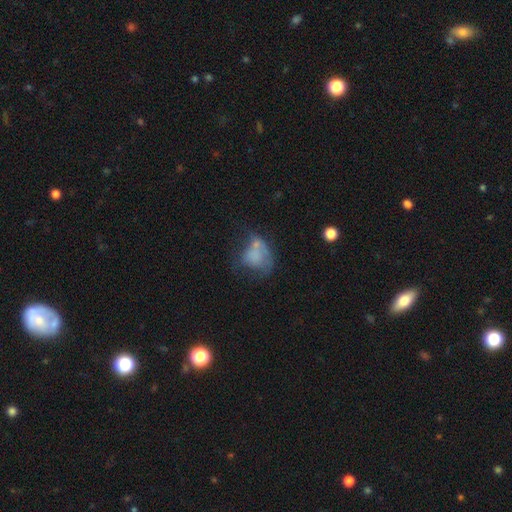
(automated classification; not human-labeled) Smooth or featured? smooth (58%)
How rounded? in between (58%)
Merging? major disturbance (37%)